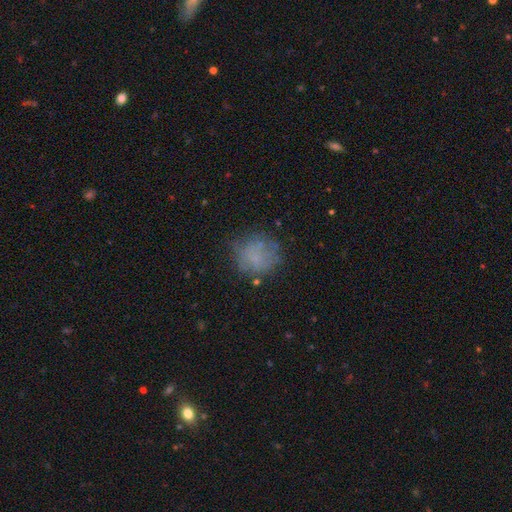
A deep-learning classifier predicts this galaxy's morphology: This appears to be a smooth galaxy with no disk features (61%) that is round (82%). Merging: none (63%).